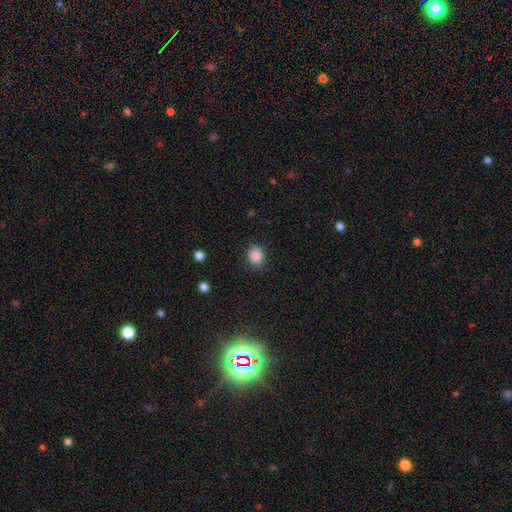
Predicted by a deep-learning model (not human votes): This appears to be a smooth galaxy with no disk features (87%) that is round (73%). Merging: none (84%).